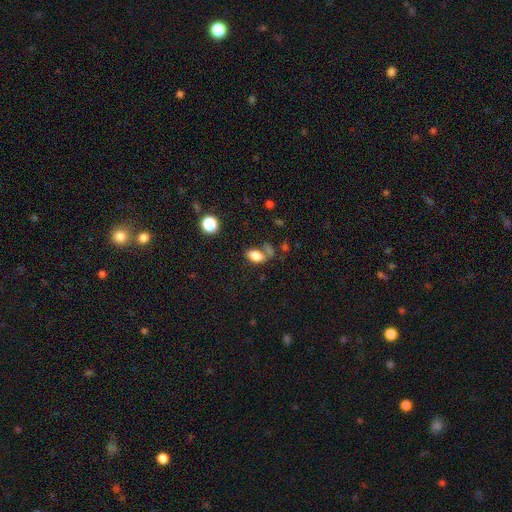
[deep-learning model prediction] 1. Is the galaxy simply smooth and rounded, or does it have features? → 81% smooth, 11% star or artifact, 9% featured or disk.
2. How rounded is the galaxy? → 88% in between, 10% round, 2% cigar-shaped.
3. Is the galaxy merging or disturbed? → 48% none, 20% merger, 20% minor disturbance, 13% major disturbance.